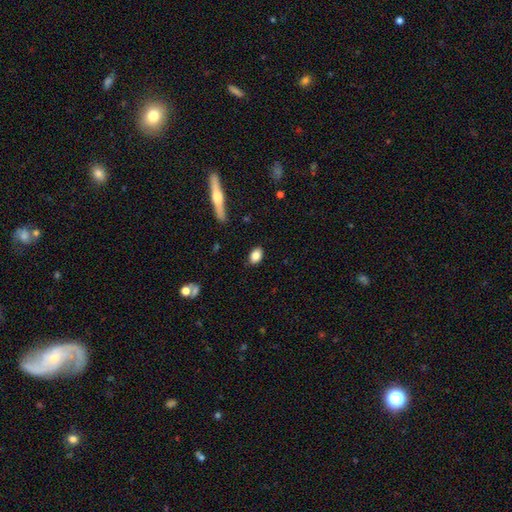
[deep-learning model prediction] Smooth or featured: smooth — 84% (featured or disk — 8%)
How rounded: in between — 84% (round — 14%)
Merging: none — 86% (minor disturbance — 11%)